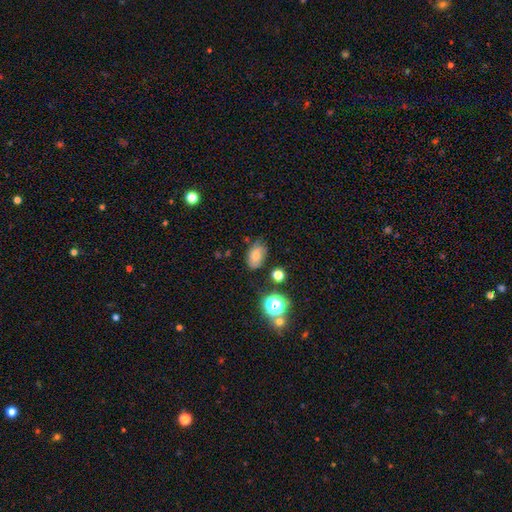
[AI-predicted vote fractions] A smooth galaxy with no disk features (69%) that is in between round and cigar-shaped (82%). Merging: none (67%).